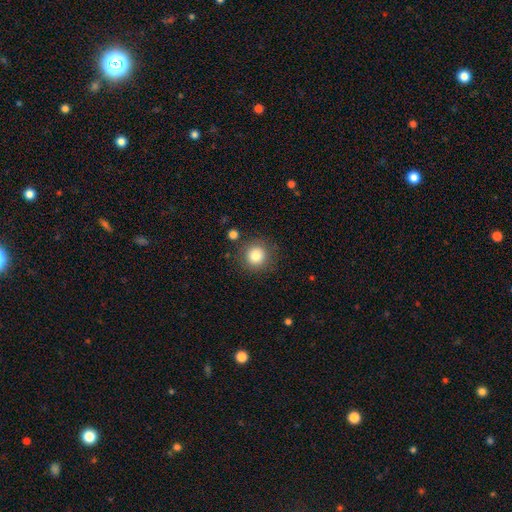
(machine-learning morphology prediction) The model was most divided on "smooth or featured": smooth: 81%, star or artifact: 11%, featured or disk: 8%. More confident: how rounded — round (93%); merging — none (86%).